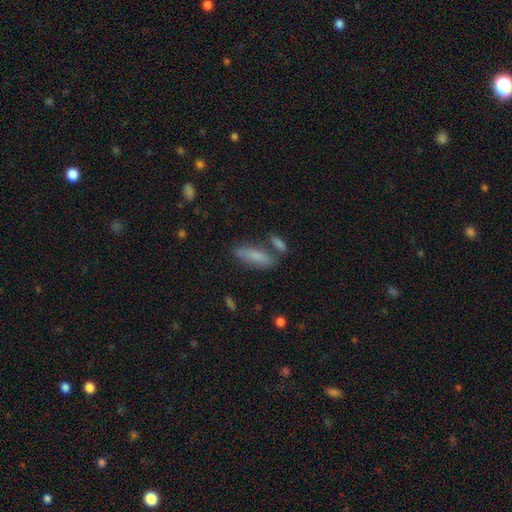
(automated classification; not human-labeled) This appears to be a smooth galaxy with no disk features (75%) that is cigar-shaped (52%). Merging: none (66%).